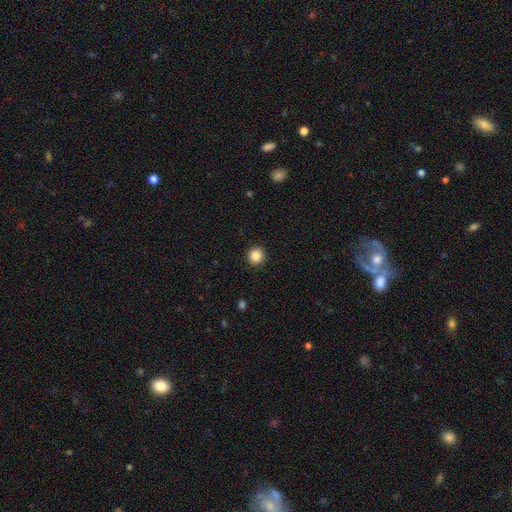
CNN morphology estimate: Overall: smooth (86%). How rounded: round (92%). Merging: none (93%).